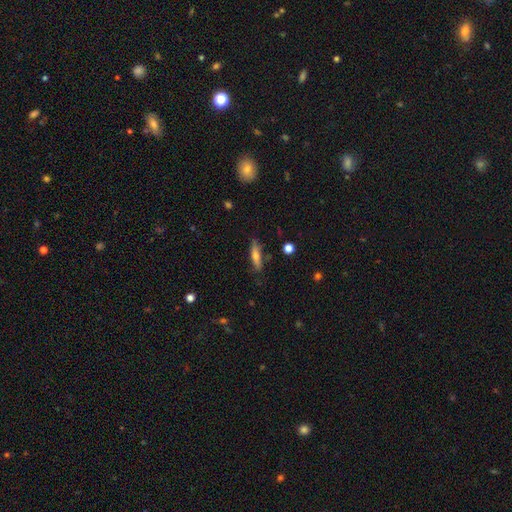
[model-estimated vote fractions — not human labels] A smooth galaxy with no disk features (57%) that is cigar-shaped (75%).

Vote fractions:
- Smooth or featured? smooth: 57% / featured or disk: 36% / star or artifact: 7%
- How rounded? cigar-shaped: 75% / in between: 22% / round: 2%
- Merging? none: 81% / minor disturbance: 14% / major disturbance: 3% / merger: 3%